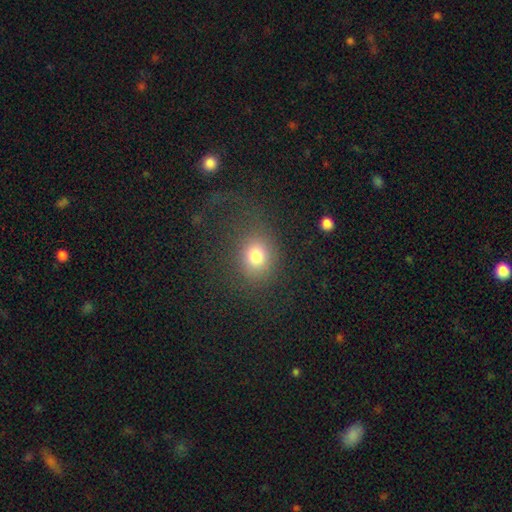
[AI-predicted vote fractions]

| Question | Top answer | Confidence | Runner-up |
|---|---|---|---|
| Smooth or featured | smooth | 77% | star or artifact (14%) |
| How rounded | round | 63% | in between (35%) |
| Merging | none | 69% | major disturbance (16%) |